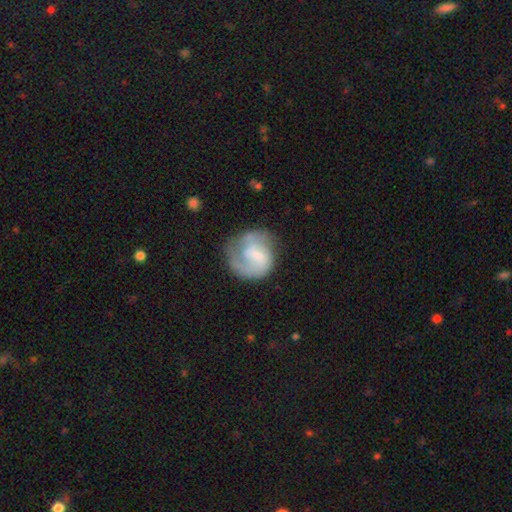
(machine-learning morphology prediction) featured or disk 59%, smooth 34%, star or artifact 7%. Down the decision tree: edge-on disk — no (98%); bar — weak (45%); spiral arms — yes (81%); bulge size — small (43%); merging — none (56%).